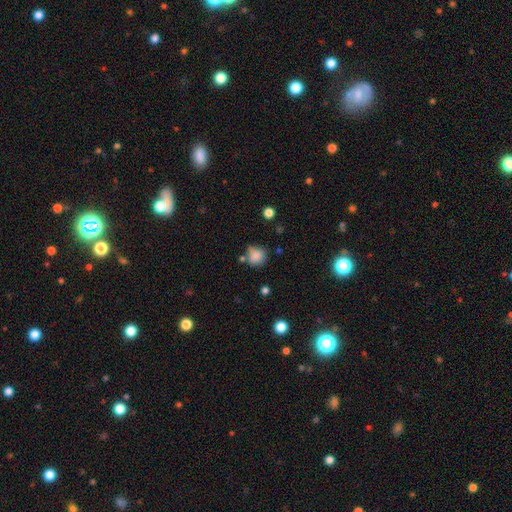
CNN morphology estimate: Smooth or featured?
  - smooth: 83% *
  - star or artifact: 10%
  - featured or disk: 6%
How rounded?
  - round: 85% *
  - in between: 14%
  - cigar-shaped: 1%
Merging?
  - none: 62% *
  - minor disturbance: 22%
  - merger: 10%
  - major disturbance: 6%